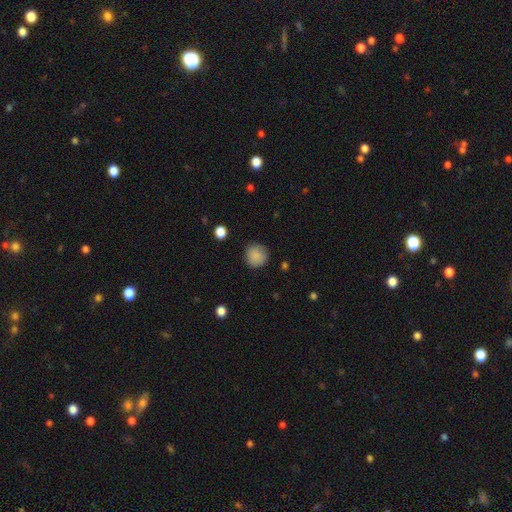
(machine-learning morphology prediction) smooth_or_featured: smooth (p=0.87) [alt: star or artifact p=0.09]
how_rounded: round (p=0.93) [alt: in between p=0.06]
merging: none (p=0.86) [alt: minor disturbance p=0.11]